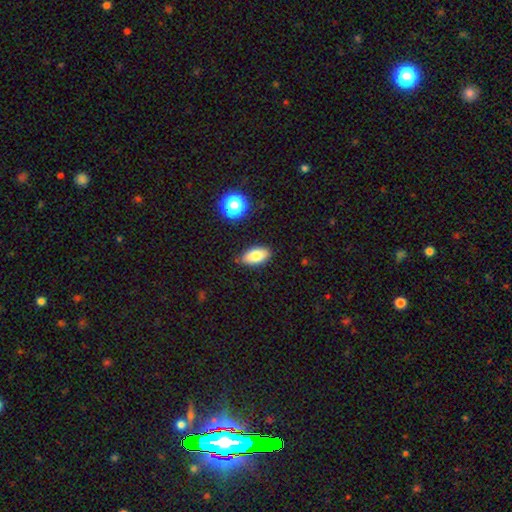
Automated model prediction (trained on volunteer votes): This appears to be a smooth galaxy with no disk features (80%) that is in between round and cigar-shaped (91%). Merging: none (83%).